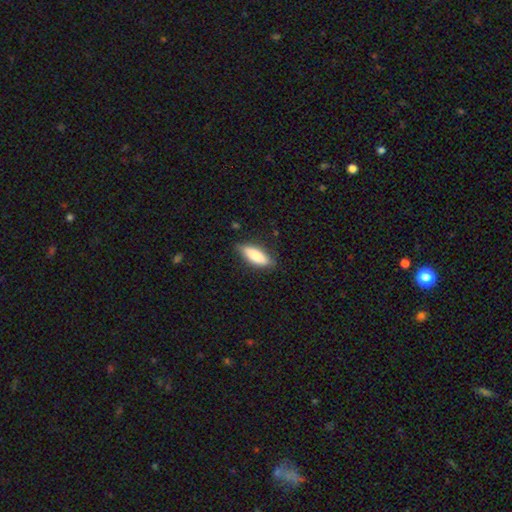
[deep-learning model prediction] Smooth or featured? smooth (80%)
How rounded? in between (63%)
Merging? none (80%)